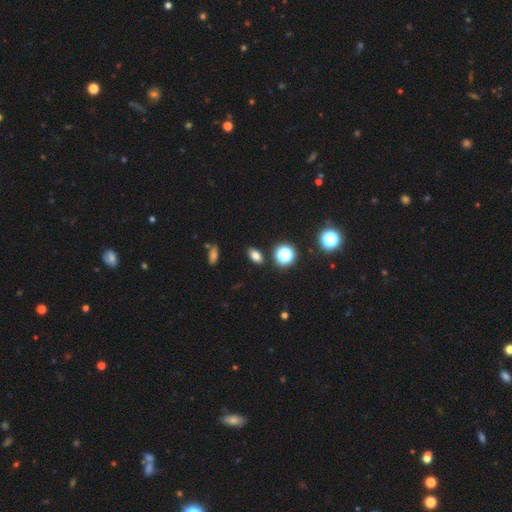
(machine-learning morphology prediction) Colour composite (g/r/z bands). It shows a smooth galaxy with no disk features (74%) that is in between round and cigar-shaped (80%). Merging: none (87%).